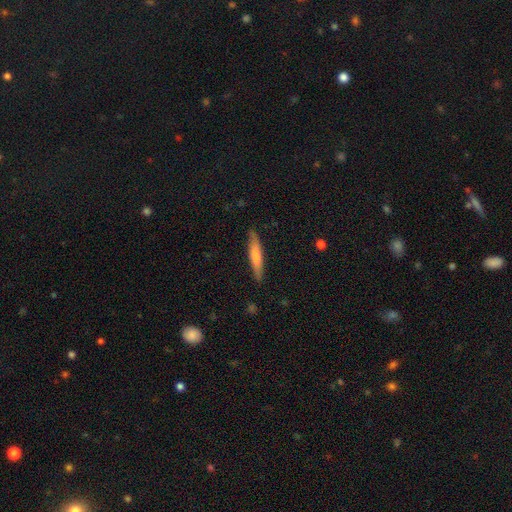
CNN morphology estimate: A smooth galaxy with no disk features (67%) that is cigar-shaped (87%). Merging: none (85%).